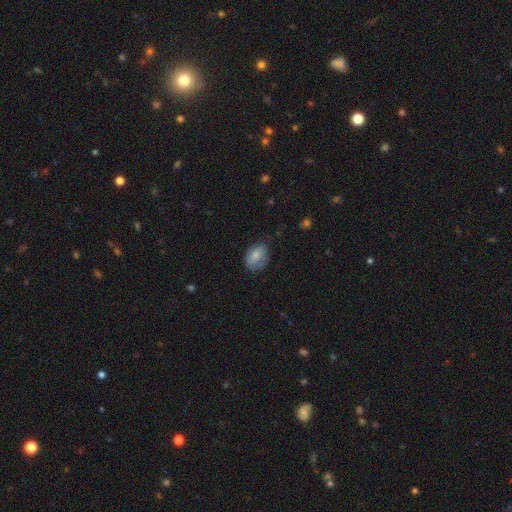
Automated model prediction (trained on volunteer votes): Overall: smooth (76%). How rounded: in between (79%). Merging: none (59%; minor disturbance 29%).